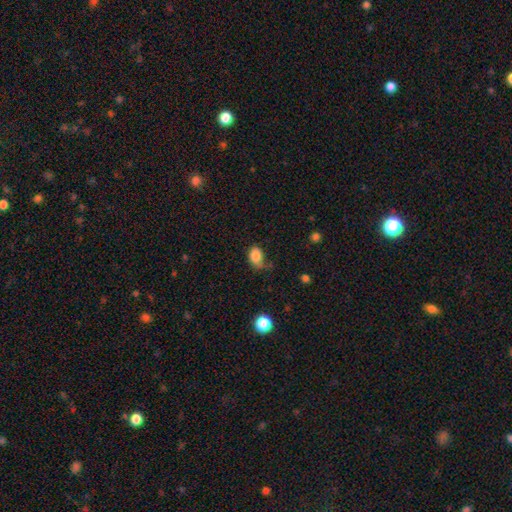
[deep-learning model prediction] Smooth or featured? smooth (84%)
How rounded? in between (78%)
Merging? none (45%)